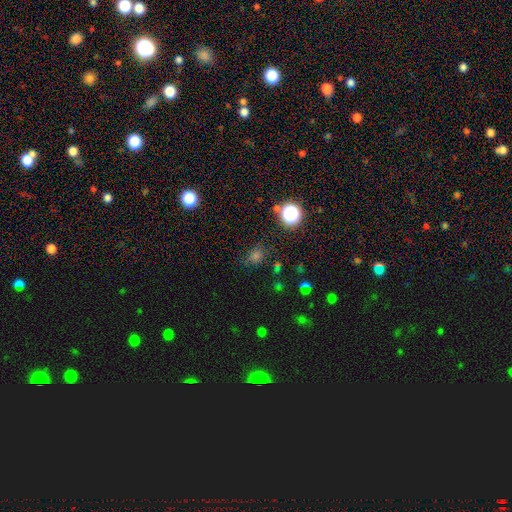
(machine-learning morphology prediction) A smooth galaxy with no disk features (54%) that is round (73%).

Vote fractions:
- Smooth or featured? smooth: 54% / star or artifact: 39% / featured or disk: 7%
- How rounded? round: 73% / in between: 25% / cigar-shaped: 1%
- Merging? none: 78% / minor disturbance: 14% / major disturbance: 5% / merger: 3%